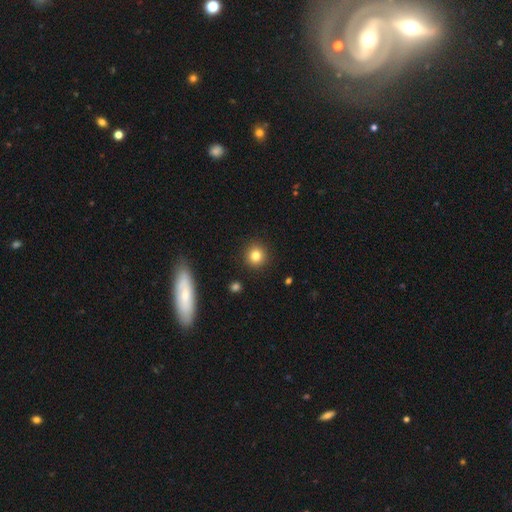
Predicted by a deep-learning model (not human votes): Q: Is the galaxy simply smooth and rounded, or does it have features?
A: smooth — 82%.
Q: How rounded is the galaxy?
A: round — 93%.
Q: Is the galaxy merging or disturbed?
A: none — 91%.